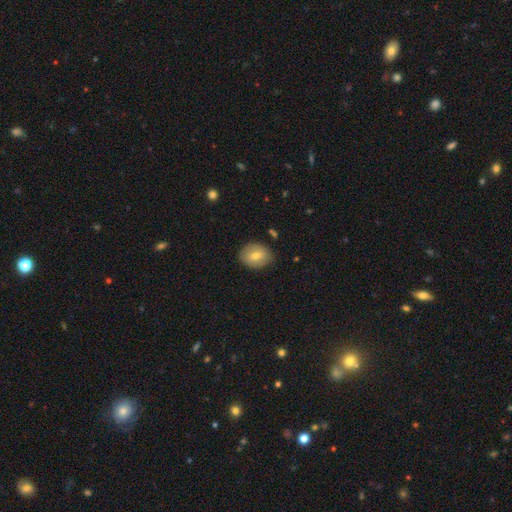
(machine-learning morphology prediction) The model was most divided on "how rounded": in between: 54%, round: 45%, cigar-shaped: 1%. More confident: merging — none (83%); smooth or featured — smooth (68%).